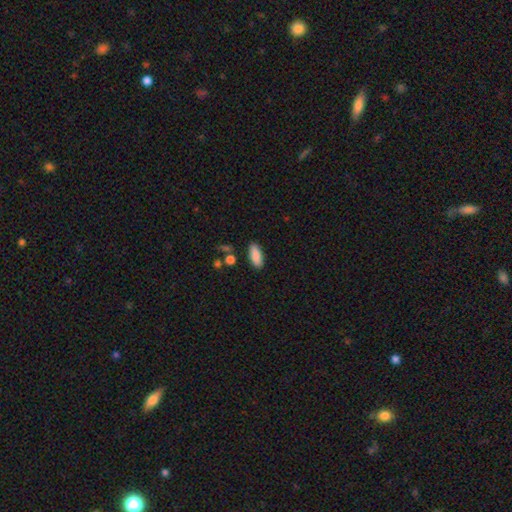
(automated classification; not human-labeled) Smooth or featured: smooth — 88% (star or artifact — 7%)
How rounded: in between — 81% (cigar-shaped — 17%)
Merging: none — 85% (minor disturbance — 9%)